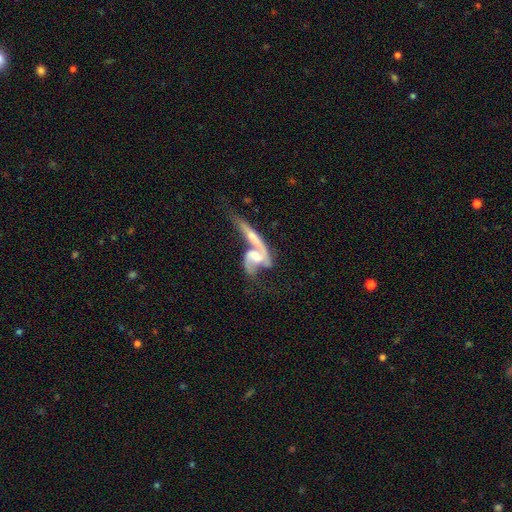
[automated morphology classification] Smooth or featured? Predicted: featured or disk (p=0.79). Edge-on disk? Predicted: no (p=0.89). Bar? Predicted: no (p=0.44). Spiral arms? Predicted: yes (p=0.87). Spiral winding? Predicted: loose (p=0.53). Spiral arm count? Predicted: 2 (p=0.78). Bulge size? Predicted: moderate (p=0.42). Merging? Predicted: merger (p=0.57).